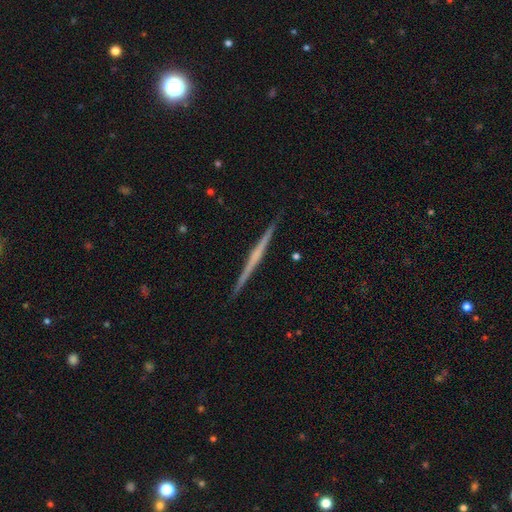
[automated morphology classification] This appears to be a featured or disk galaxy (73%) viewed edge-on (99%) with no central bulge (60%). Merging: none (92%).